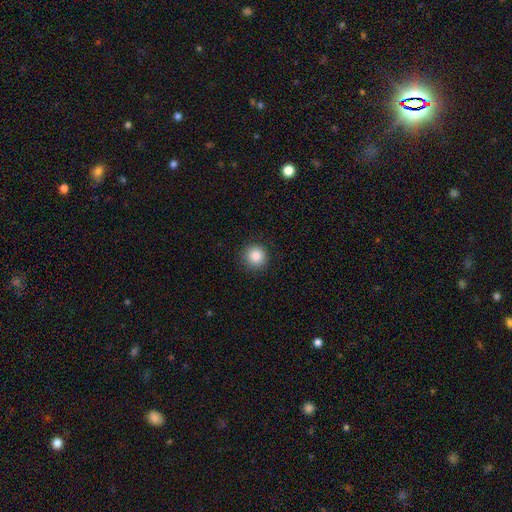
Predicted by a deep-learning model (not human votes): This appears to be a smooth galaxy with no disk features (86%) that is round (94%). Merging: none (90%).